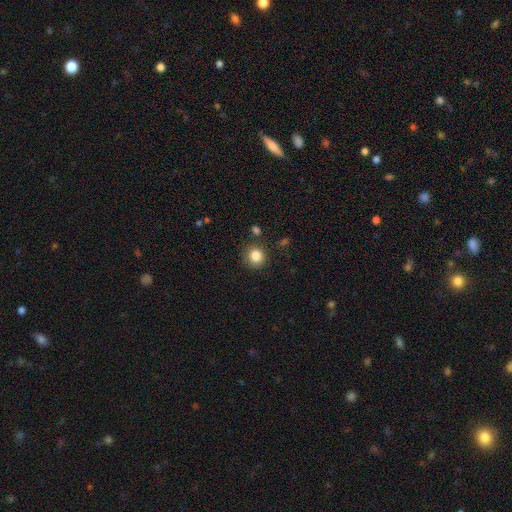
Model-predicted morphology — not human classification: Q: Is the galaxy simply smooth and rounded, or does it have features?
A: smooth — 85%.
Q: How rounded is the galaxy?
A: round — 89%.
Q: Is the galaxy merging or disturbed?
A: none — 85%.